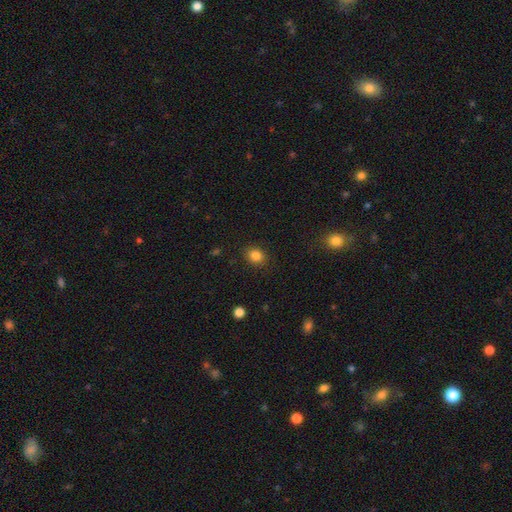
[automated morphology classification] Smooth or featured? Predicted: smooth (p=0.84). How rounded? Predicted: round (p=0.56). Merging? Predicted: none (p=0.87).